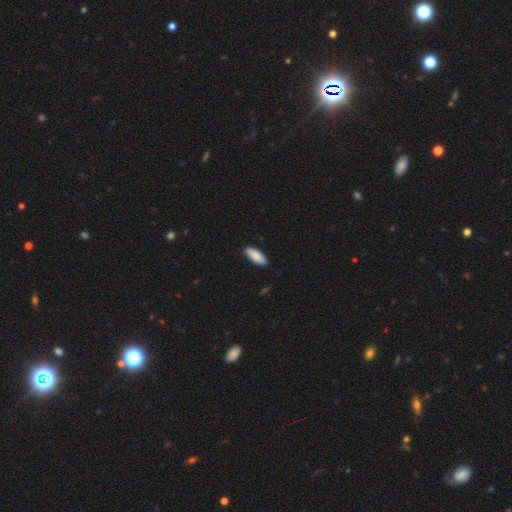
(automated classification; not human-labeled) A smooth galaxy with no disk features (88%) that is in between round and cigar-shaped (84%).

Vote fractions:
- Smooth or featured? smooth: 88% / featured or disk: 6% / star or artifact: 5%
- How rounded? in between: 84% / cigar-shaped: 15% / round: 2%
- Merging? none: 89% / minor disturbance: 8% / major disturbance: 2% / merger: 1%